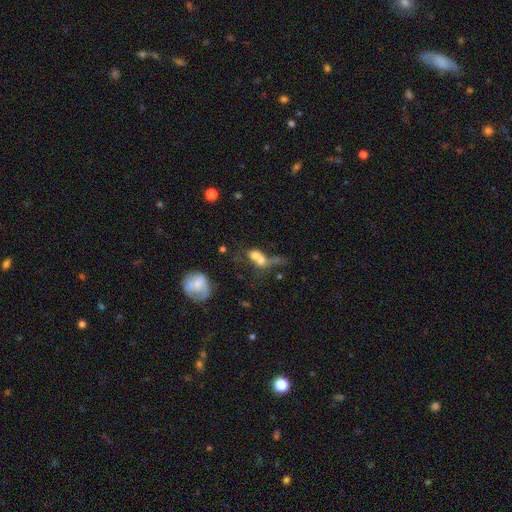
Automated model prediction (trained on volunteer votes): Morphology: type=smooth (60%); roundness=in between (52%); merging=merger (66%).